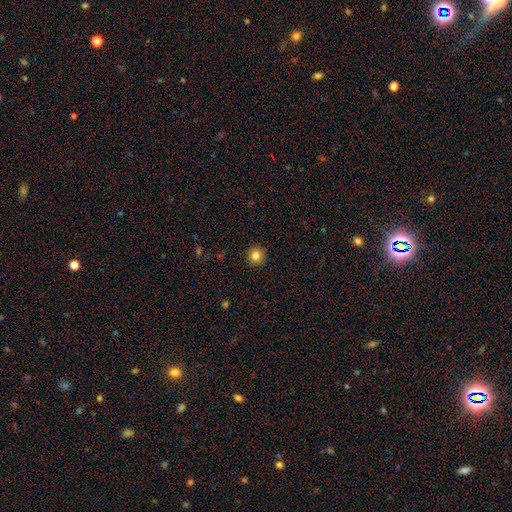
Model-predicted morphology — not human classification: type=smooth (83%); roundness=round (93%); merging=none (91%).